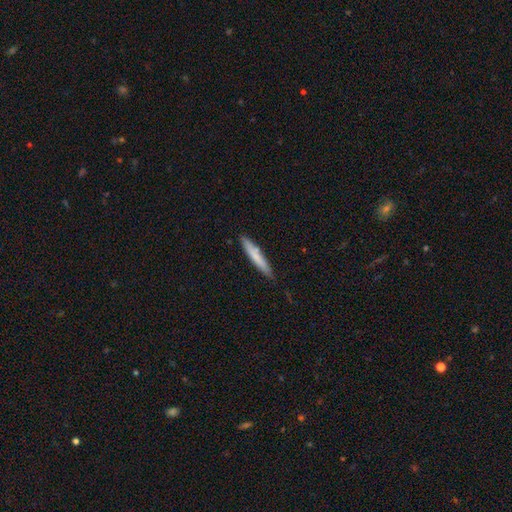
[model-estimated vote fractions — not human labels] smooth-or-featured: smooth: 72% | featured or disk: 22% | star or artifact: 6%
  how-rounded: cigar-shaped: 94% | in between: 5% | round: 1%
  merging: none: 83% | minor disturbance: 13% | merger: 2% | major disturbance: 2%